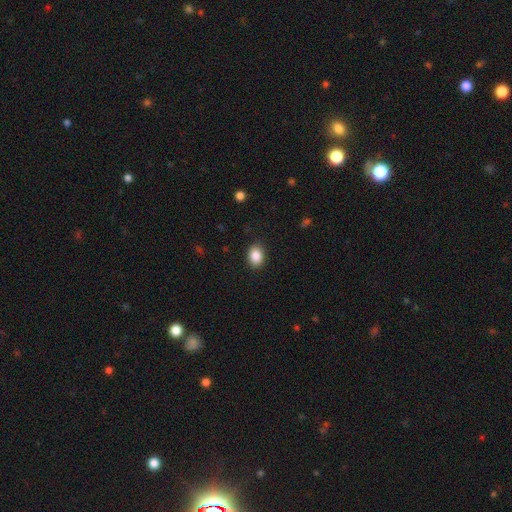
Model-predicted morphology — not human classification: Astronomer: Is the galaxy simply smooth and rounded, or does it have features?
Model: smooth — 88%.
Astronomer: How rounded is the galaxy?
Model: in between — 67%.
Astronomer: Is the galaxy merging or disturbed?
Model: none — 89%.